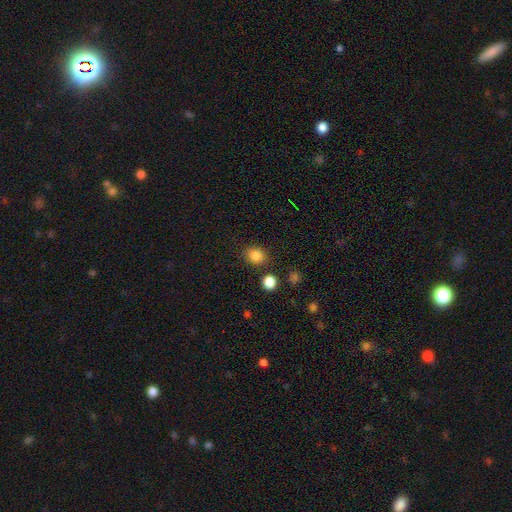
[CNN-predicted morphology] A smooth galaxy with no disk features (85%) that is round (74%).

Vote fractions:
- Smooth or featured? smooth: 85% / star or artifact: 11% / featured or disk: 4%
- How rounded? round: 74% / in between: 26% / cigar-shaped: 1%
- Merging? none: 82% / minor disturbance: 10% / merger: 5% / major disturbance: 3%